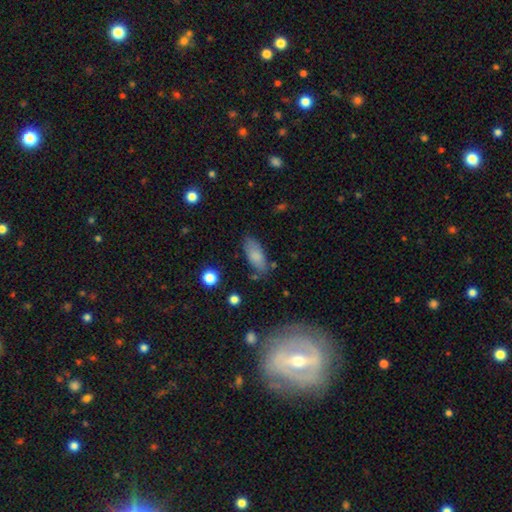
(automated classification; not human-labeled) This appears to be a smooth galaxy with no disk features (81%) that is in between round and cigar-shaped (85%). Merging: none (73%).